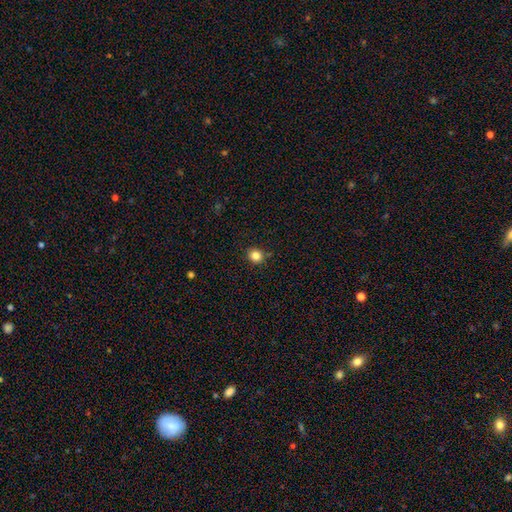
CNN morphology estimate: A smooth galaxy with no disk features (83%) that is round (84%).

Vote fractions:
- Smooth or featured? smooth: 83% / star or artifact: 12% / featured or disk: 5%
- How rounded? round: 84% / in between: 15% / cigar-shaped: 1%
- Merging? none: 86% / minor disturbance: 10% / major disturbance: 2% / merger: 2%